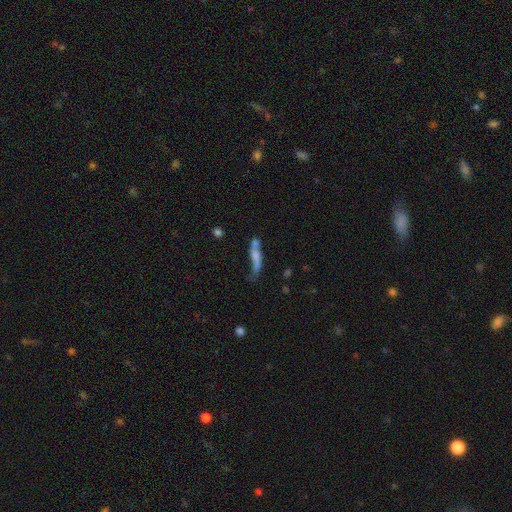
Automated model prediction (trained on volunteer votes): A smooth galaxy with no disk features (57%) that is cigar-shaped (72%). Merging: none (31%).